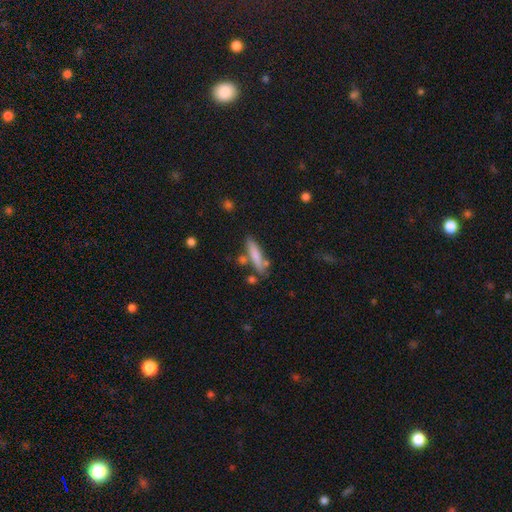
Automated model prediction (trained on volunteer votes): smooth-or-featured: smooth: 71% | featured or disk: 22% | star or artifact: 7%
  how-rounded: cigar-shaped: 83% | in between: 16% | round: 2%
  merging: none: 70% | minor disturbance: 15% | merger: 11% | major disturbance: 4%